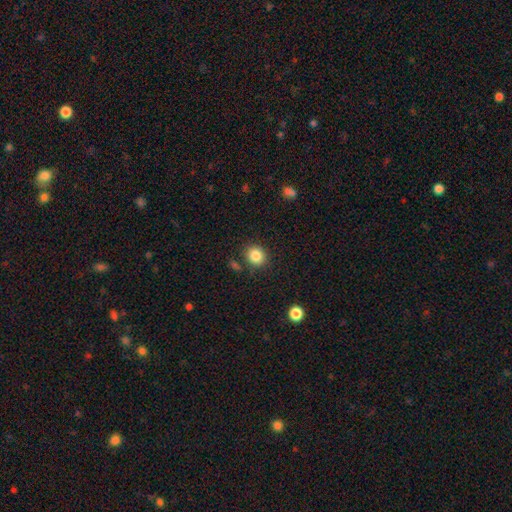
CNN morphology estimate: Smooth or featured? smooth (85%)
How rounded? round (81%)
Merging? none (84%)